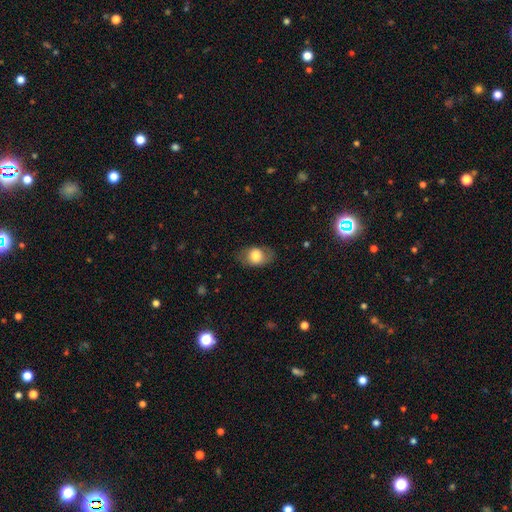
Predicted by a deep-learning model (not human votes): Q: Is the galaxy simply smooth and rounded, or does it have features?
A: smooth — 72%.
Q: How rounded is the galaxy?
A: in between — 77%.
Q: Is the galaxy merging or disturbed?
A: none — 75%.